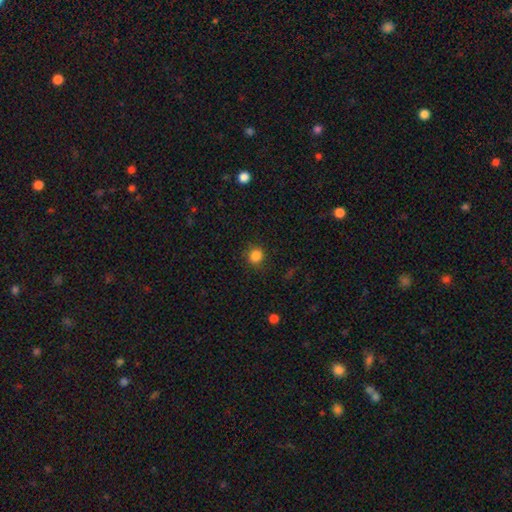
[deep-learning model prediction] Q: Smooth or featured?
A: smooth (85%); runner-up: star or artifact (11%)
Q: How rounded?
A: round (86%); runner-up: in between (13%)
Q: Merging?
A: none (84%); runner-up: minor disturbance (11%)